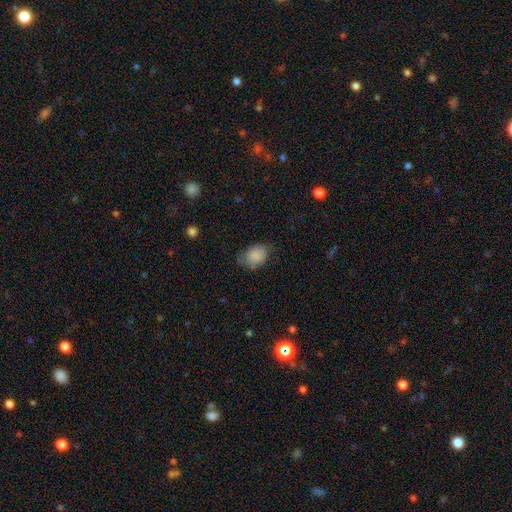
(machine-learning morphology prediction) Smooth or featured? smooth (84%)
How rounded? in between (73%)
Merging? none (58%)